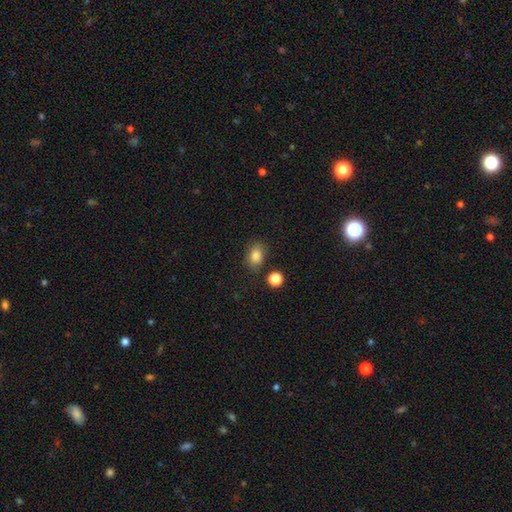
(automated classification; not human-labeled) This is clearly a smooth galaxy (83%). How rounded: likely in between (70%). Merging: likely none (76%).